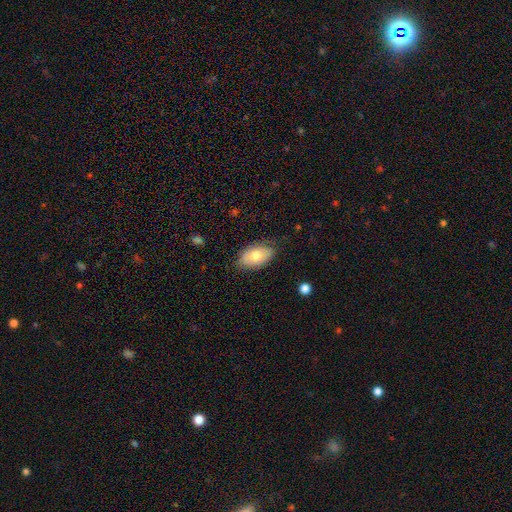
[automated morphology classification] Smooth or featured? smooth (70%)
How rounded? in between (92%)
Merging? none (76%)